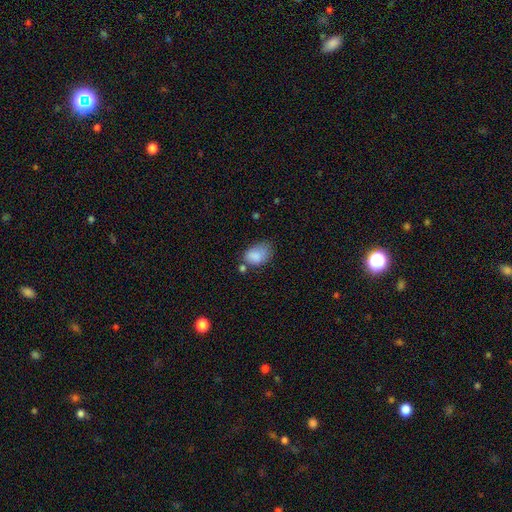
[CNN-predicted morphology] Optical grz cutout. It shows a smooth galaxy with no disk features (83%) that is in between round and cigar-shaped (83%). Merging: none (45%).